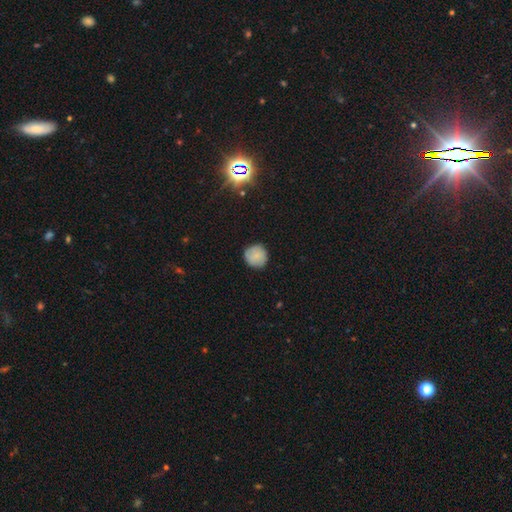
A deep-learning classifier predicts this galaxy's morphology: Smooth or featured: smooth — 83% (featured or disk — 9%)
How rounded: round — 94% (in between — 5%)
Merging: none — 86% (minor disturbance — 10%)